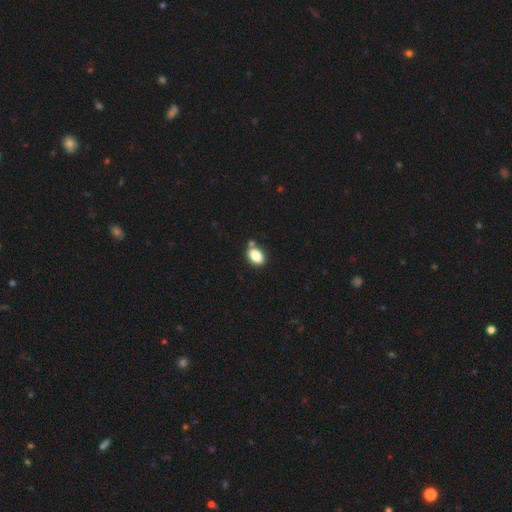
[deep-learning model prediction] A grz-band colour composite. It shows a smooth galaxy with no disk features (86%) that is in between round and cigar-shaped (86%). Merging: none (69%).